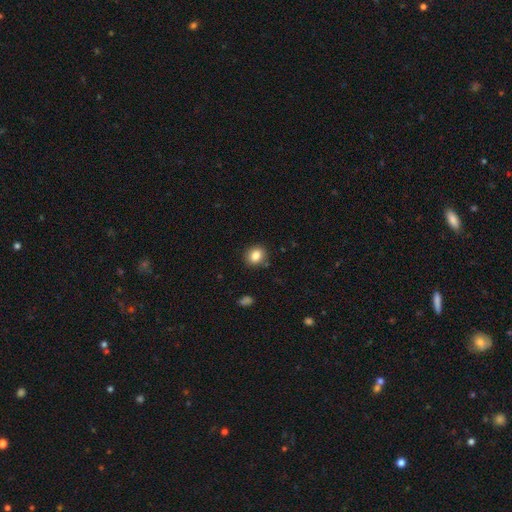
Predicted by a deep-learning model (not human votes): smooth 85%, star or artifact 10%, featured or disk 6%. Down the decision tree: how rounded — round (67%); merging — none (88%).